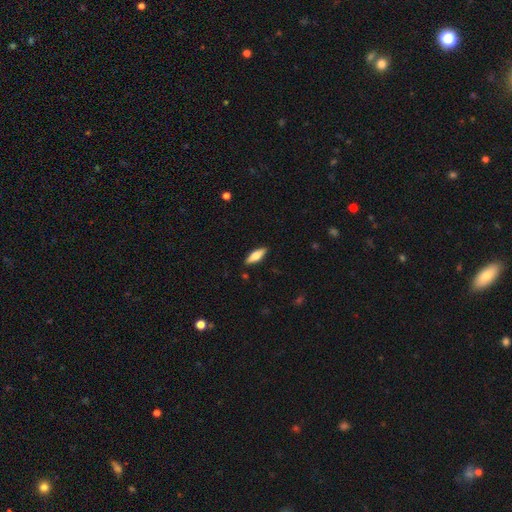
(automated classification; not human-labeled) Smooth or featured?
  - smooth: 63% *
  - featured or disk: 31%
  - star or artifact: 6%
How rounded?
  - in between: 55% *
  - cigar-shaped: 43%
  - round: 2%
Merging?
  - none: 89% *
  - minor disturbance: 8%
  - major disturbance: 2%
  - merger: 1%